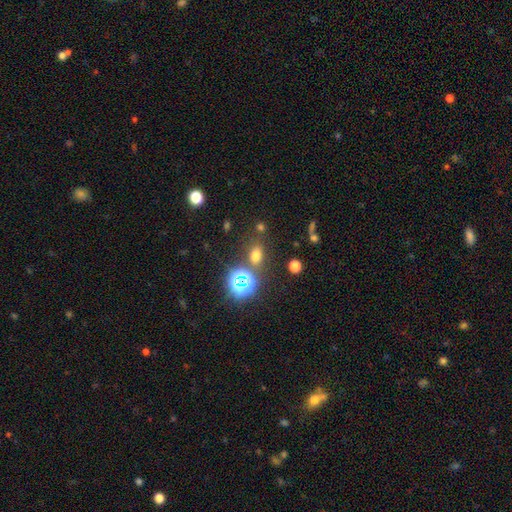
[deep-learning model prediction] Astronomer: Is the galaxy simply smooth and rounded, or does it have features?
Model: smooth — 64%.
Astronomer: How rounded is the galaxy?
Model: in between — 64%.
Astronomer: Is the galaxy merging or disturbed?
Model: none — 75%.